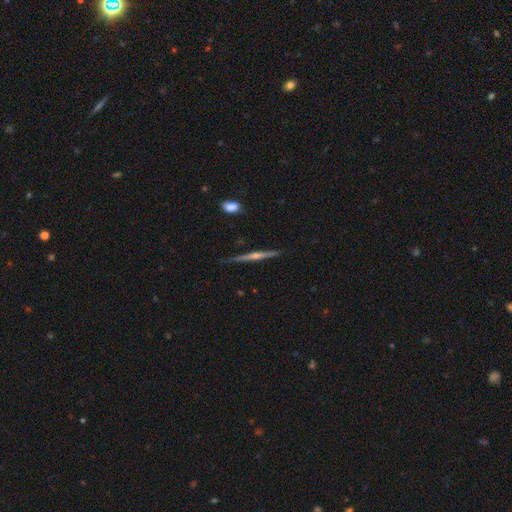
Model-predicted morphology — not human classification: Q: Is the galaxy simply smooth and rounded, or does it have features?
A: featured or disk — 74%.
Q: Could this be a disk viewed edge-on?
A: yes — 98%.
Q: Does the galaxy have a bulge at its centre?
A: rounded — 75%.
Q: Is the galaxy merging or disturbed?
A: none — 87%.